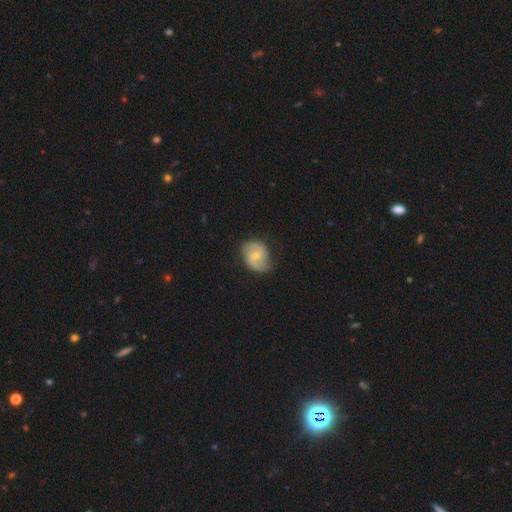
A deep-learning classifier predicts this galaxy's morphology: type=featured or disk (61%); edge-on=no (97%); bar=weak (46%); spiral arms=yes (84%); bulge=moderate (55%); merging=none (72%).